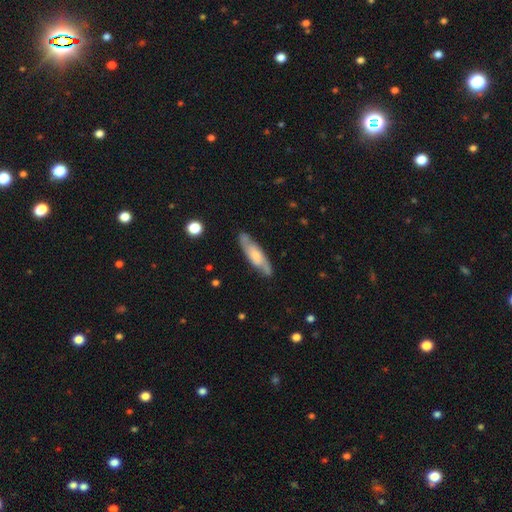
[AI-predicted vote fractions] A featured or disk galaxy (56%).

Vote fractions:
- Smooth or featured? featured or disk: 56% / smooth: 38% / star or artifact: 6%
- Edge-on disk? no: 65% / yes: 35%
- Merging? none: 82% / minor disturbance: 13% / major disturbance: 3% / merger: 2%